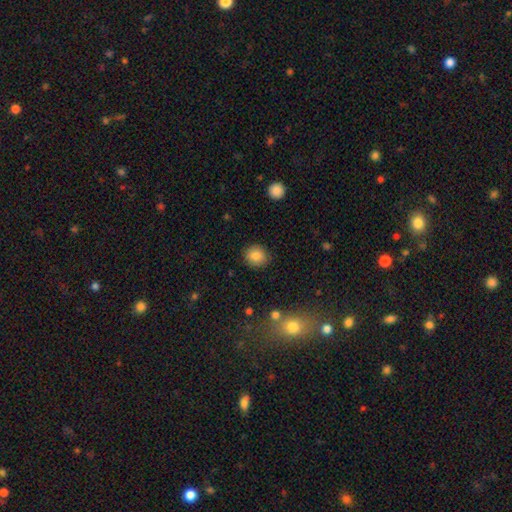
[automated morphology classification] smooth_or_featured: smooth (p=0.85) [alt: star or artifact p=0.09]
how_rounded: round (p=0.79) [alt: in between p=0.20]
merging: none (p=0.88) [alt: minor disturbance p=0.08]